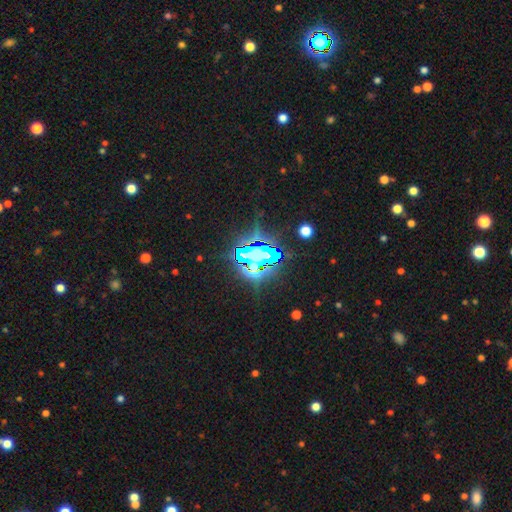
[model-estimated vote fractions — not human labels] smooth_or_featured: star or artifact (p=0.73) [alt: smooth p=0.14]